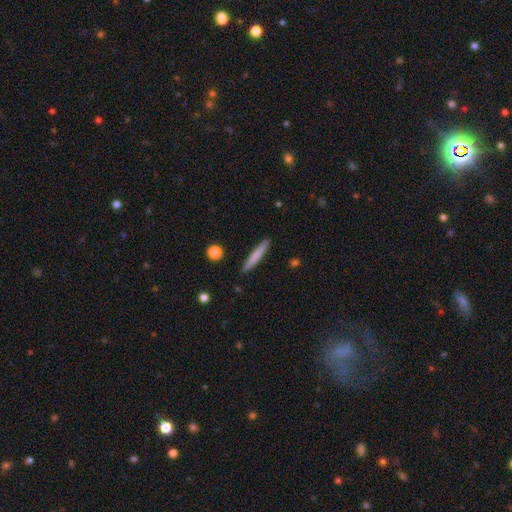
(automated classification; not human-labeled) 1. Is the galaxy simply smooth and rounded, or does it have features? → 76% smooth, 19% featured or disk, 6% star or artifact.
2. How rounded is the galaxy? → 95% cigar-shaped, 3% in between, 1% round.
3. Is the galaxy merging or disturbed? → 91% none, 6% minor disturbance, 1% major disturbance, 1% merger.